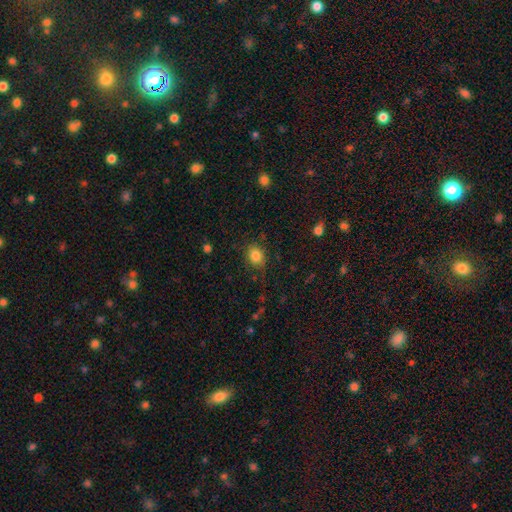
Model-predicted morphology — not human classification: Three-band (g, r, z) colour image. It shows a smooth galaxy with no disk features (84%) that is round (52%). Merging: none (79%).